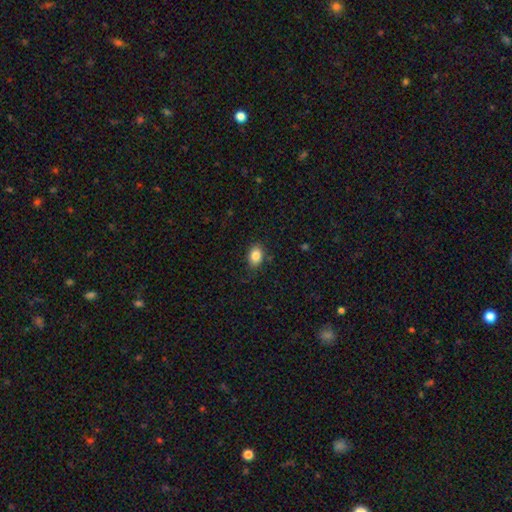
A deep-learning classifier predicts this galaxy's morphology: Q: Smooth or featured?
A: smooth (85%); runner-up: star or artifact (9%)
Q: How rounded?
A: in between (74%); runner-up: round (25%)
Q: Merging?
A: none (82%); runner-up: minor disturbance (14%)